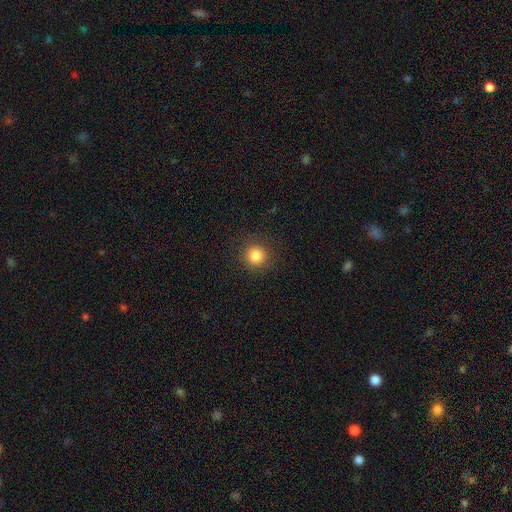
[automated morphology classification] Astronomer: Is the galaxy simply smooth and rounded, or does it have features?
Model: smooth — 84%.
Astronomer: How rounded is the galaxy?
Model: round — 94%.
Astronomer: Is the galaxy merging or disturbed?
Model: none — 90%.